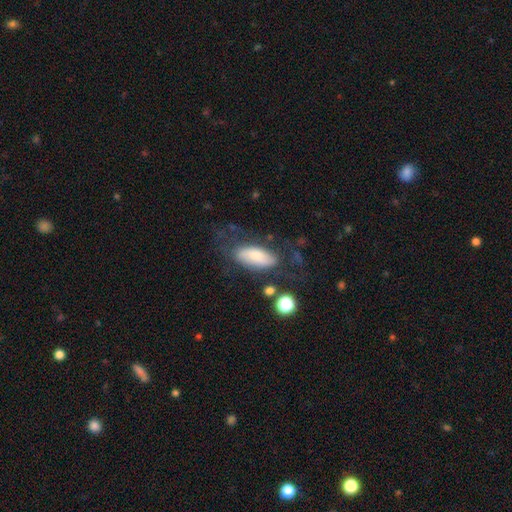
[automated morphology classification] smooth-or-featured: smooth: 60% | featured or disk: 31% | star or artifact: 9%
  how-rounded: in between: 81% | cigar-shaped: 16% | round: 3%
  merging: none: 53% | minor disturbance: 23% | major disturbance: 19% | merger: 4%